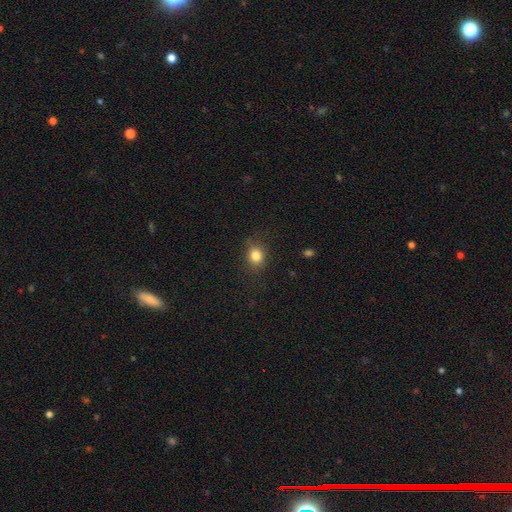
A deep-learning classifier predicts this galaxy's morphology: type=smooth (83%); roundness=round (59%); merging=none (82%).